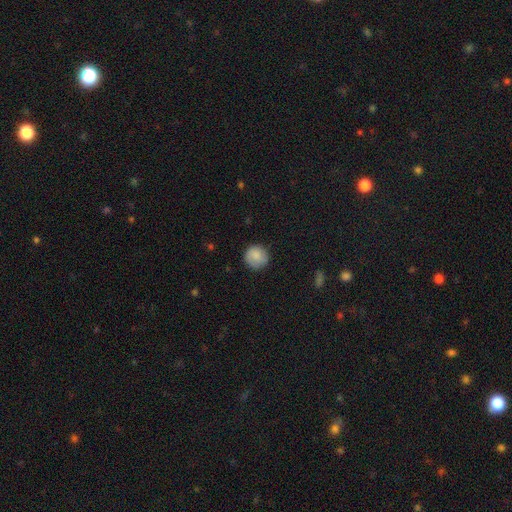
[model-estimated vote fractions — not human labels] smooth-or-featured: smooth: 85% | featured or disk: 8% | star or artifact: 7%
  how-rounded: round: 93% | in between: 6% | cigar-shaped: 1%
  merging: none: 84% | minor disturbance: 12% | major disturbance: 3% | merger: 1%